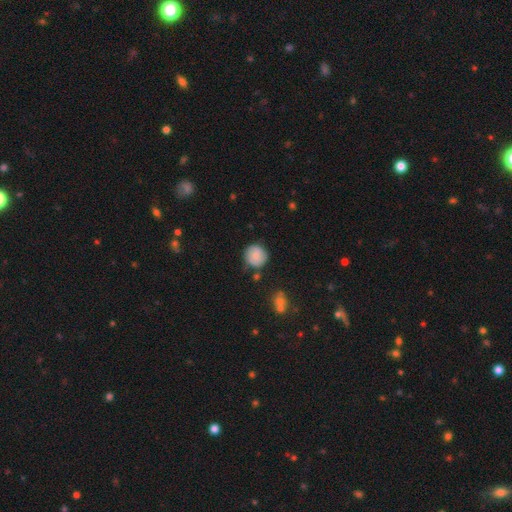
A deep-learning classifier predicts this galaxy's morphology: smooth 74%, featured or disk 18%, star or artifact 8%. Down the decision tree: how rounded — round (91%); merging — none (75%).